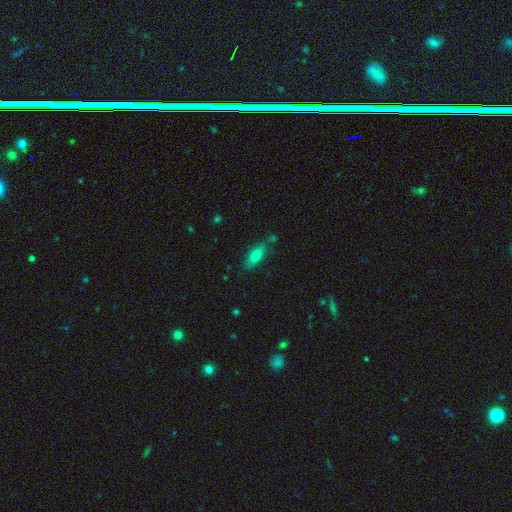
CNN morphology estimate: The model was most divided on "how rounded": in between: 69%, cigar-shaped: 28%, round: 3%. More confident: merging — none (77%); smooth or featured — smooth (74%).